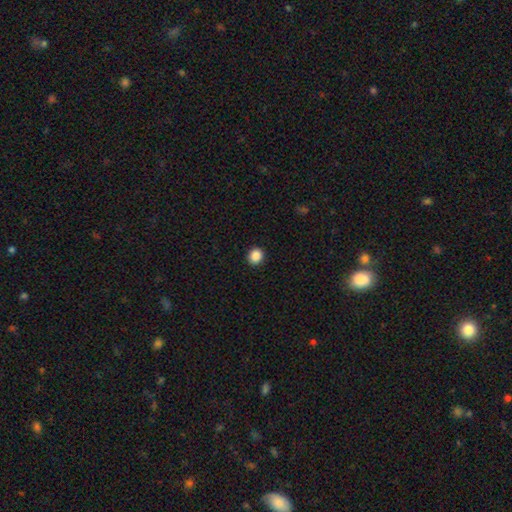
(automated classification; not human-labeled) This appears to be a smooth galaxy with no disk features (88%) that is round (77%). Merging: none (92%).